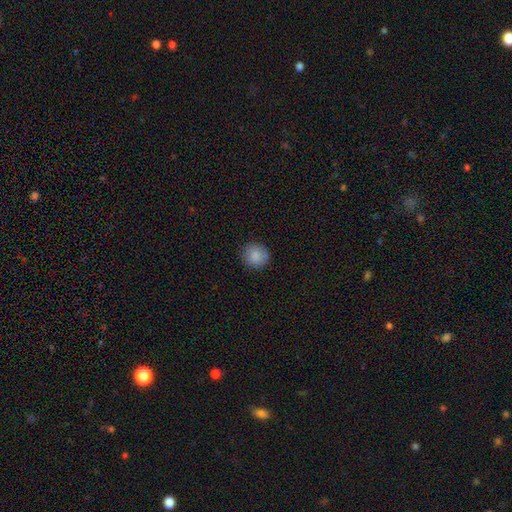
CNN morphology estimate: smooth-or-featured: smooth: 87% | star or artifact: 9% | featured or disk: 5%
  how-rounded: round: 91% | in between: 8% | cigar-shaped: 1%
  merging: none: 88% | minor disturbance: 8% | major disturbance: 2% | merger: 1%